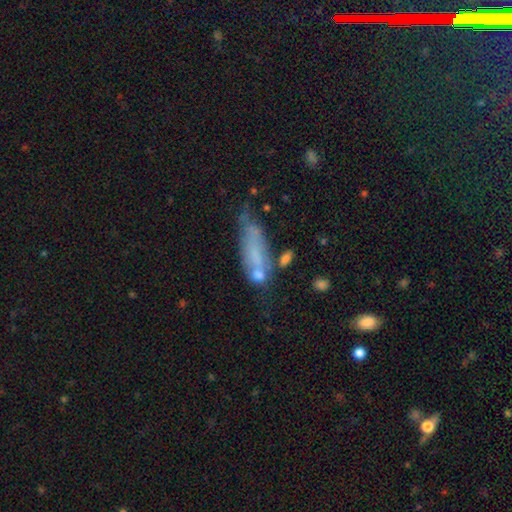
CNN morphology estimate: Q: Smooth or featured?
A: smooth (54%); runner-up: featured or disk (34%)
Q: How rounded?
A: cigar-shaped (52%); runner-up: in between (46%)
Q: Merging?
A: none (37%); runner-up: minor disturbance (27%)